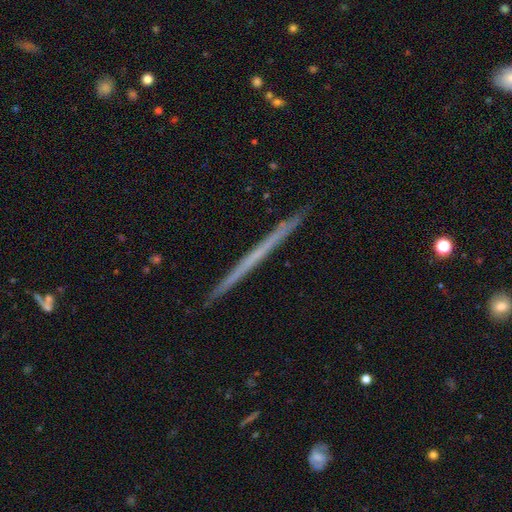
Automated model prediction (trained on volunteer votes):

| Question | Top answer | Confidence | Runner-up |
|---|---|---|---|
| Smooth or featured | featured or disk | 57% | smooth (36%) |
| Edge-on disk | yes | 98% | no (2%) |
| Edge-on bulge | none | 91% | rounded (7%) |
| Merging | none | 92% | minor disturbance (5%) |